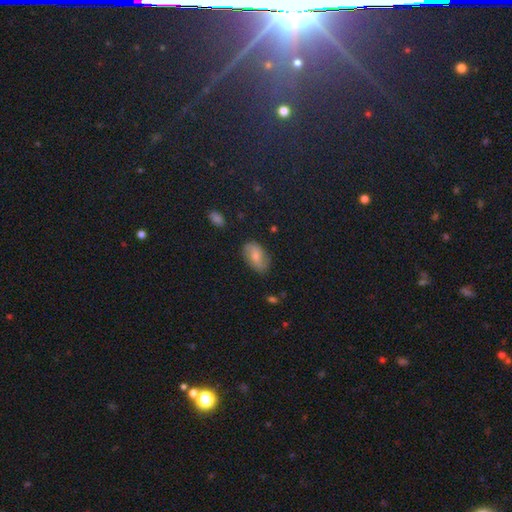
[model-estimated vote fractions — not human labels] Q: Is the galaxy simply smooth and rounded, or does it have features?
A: smooth — 65%.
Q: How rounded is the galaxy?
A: in between — 91%.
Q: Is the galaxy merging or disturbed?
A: none — 77%.